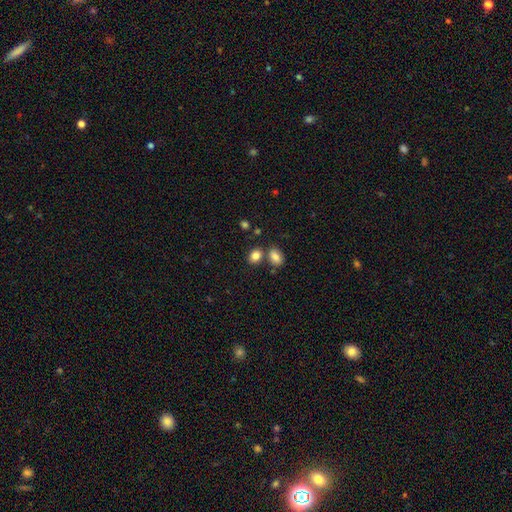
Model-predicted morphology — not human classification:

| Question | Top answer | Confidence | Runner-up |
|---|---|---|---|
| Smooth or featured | smooth | 84% | star or artifact (10%) |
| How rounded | in between | 70% | round (29%) |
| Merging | none | 63% | merger (23%) |